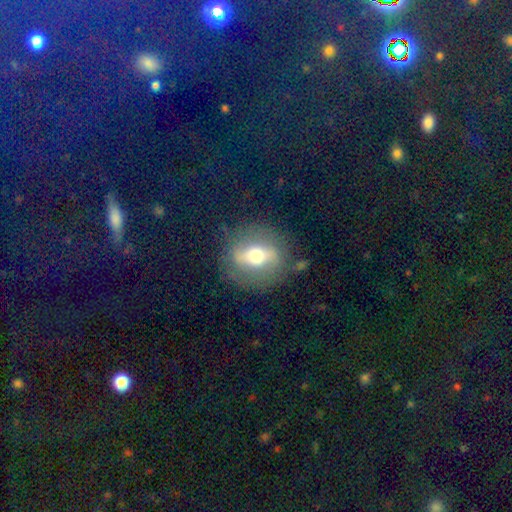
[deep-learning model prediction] Smooth or featured? featured or disk (57%)
Edge-on disk? no (74%)
Merging? none (76%)